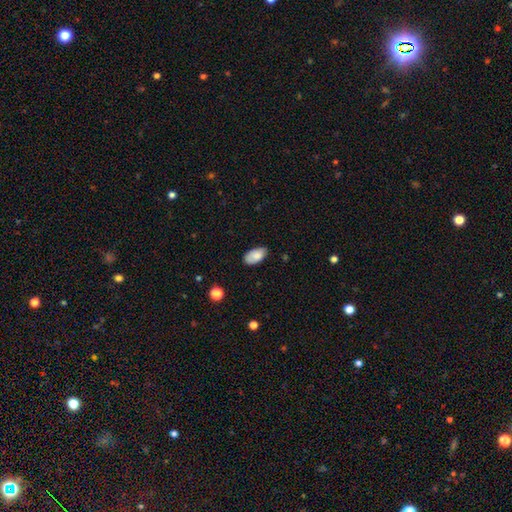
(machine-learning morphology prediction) Smooth or featured?
  - smooth: 83% *
  - featured or disk: 10%
  - star or artifact: 7%
How rounded?
  - in between: 95% *
  - round: 3%
  - cigar-shaped: 2%
Merging?
  - none: 77% *
  - minor disturbance: 19%
  - major disturbance: 3%
  - merger: 1%